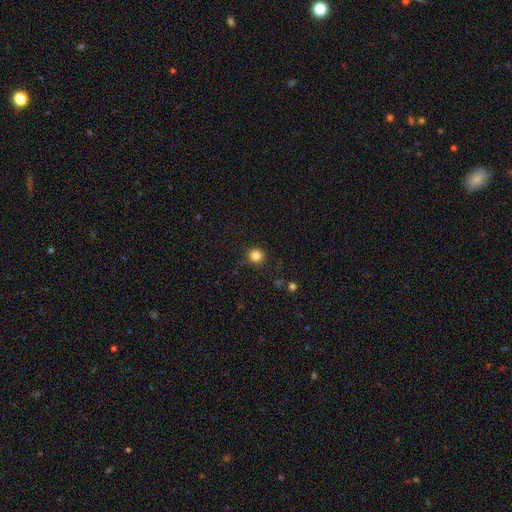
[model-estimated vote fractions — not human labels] smooth-or-featured: smooth: 83% | star or artifact: 12% | featured or disk: 4%
  how-rounded: round: 93% | in between: 6% | cigar-shaped: 1%
  merging: none: 88% | minor disturbance: 8% | major disturbance: 2% | merger: 1%